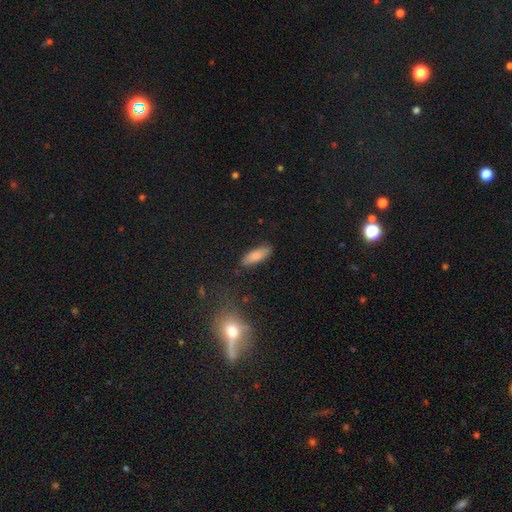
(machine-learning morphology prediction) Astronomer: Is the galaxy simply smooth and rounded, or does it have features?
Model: smooth — 85%.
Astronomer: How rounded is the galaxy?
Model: in between — 61% (runner-up: cigar-shaped, 37%).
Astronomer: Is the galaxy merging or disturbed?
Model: none — 85%.